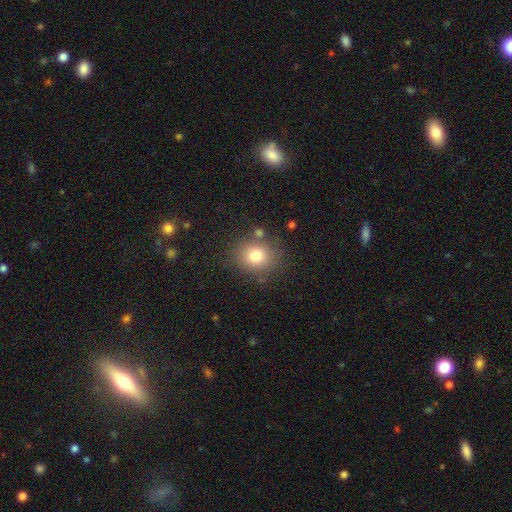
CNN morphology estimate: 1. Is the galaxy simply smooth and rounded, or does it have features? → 77% smooth, 13% star or artifact, 10% featured or disk.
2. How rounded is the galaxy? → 73% round, 26% in between, 1% cigar-shaped.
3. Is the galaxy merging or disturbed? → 79% none, 11% minor disturbance, 6% merger, 4% major disturbance.